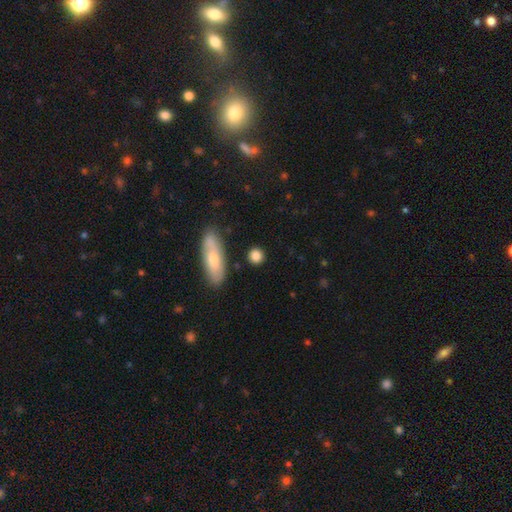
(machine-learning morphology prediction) type=smooth (85%); roundness=round (78%); merging=none (84%).